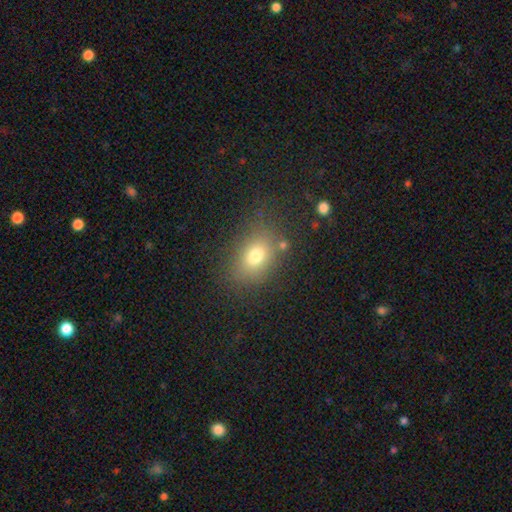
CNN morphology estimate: Smooth or featured? Predicted: smooth (p=0.75). How rounded? Predicted: in between (p=0.72). Merging? Predicted: none (p=0.76).